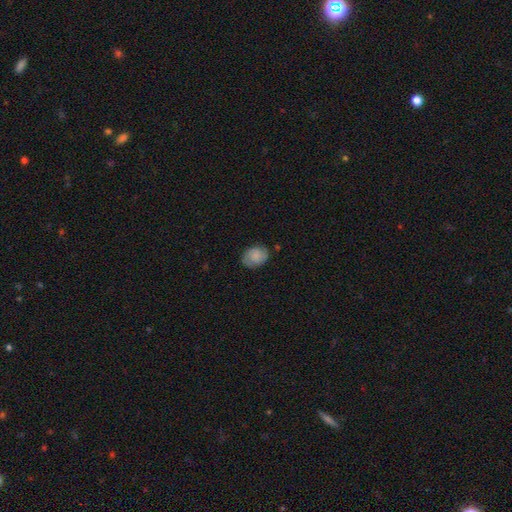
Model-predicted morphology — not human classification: smooth_or_featured: smooth (p=0.60) [alt: featured or disk p=0.31]
how_rounded: in between (p=0.66) [alt: round p=0.32]
merging: none (p=0.76) [alt: minor disturbance p=0.18]